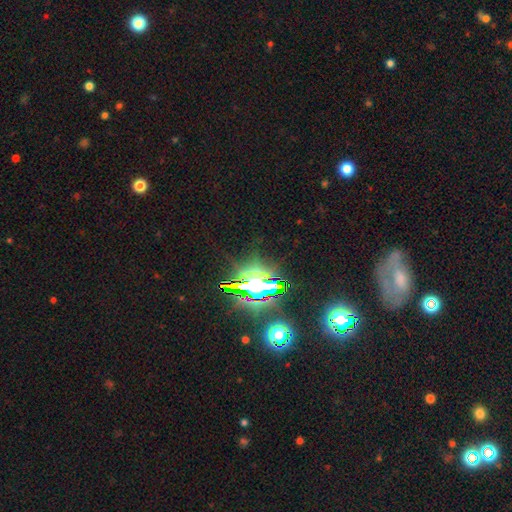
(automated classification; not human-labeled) smooth-or-featured: star or artifact: 79% | smooth: 11% | featured or disk: 10%